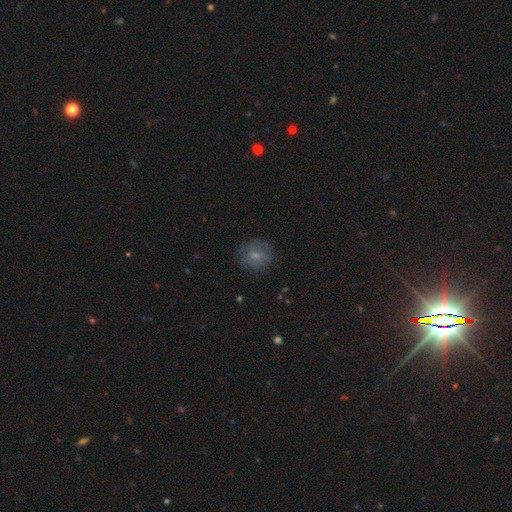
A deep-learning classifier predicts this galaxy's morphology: Smooth or featured?
  - smooth: 66% *
  - featured or disk: 24%
  - star or artifact: 10%
How rounded?
  - round: 85% *
  - in between: 14%
  - cigar-shaped: 1%
Merging?
  - none: 78% *
  - minor disturbance: 15%
  - major disturbance: 5%
  - merger: 1%